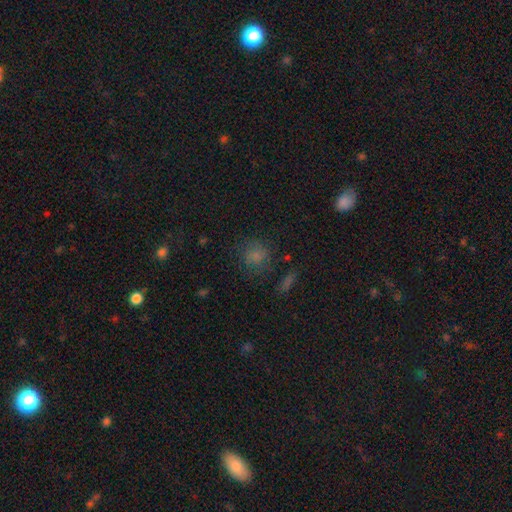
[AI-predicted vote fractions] smooth_or_featured: smooth (p=0.74) [alt: star or artifact p=0.17]
how_rounded: round (p=0.84) [alt: in between p=0.15]
merging: none (p=0.72) [alt: minor disturbance p=0.16]